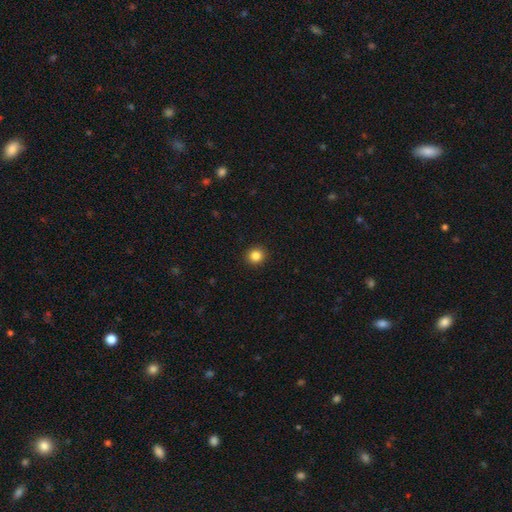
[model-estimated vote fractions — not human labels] A smooth galaxy with no disk features (84%) that is round (91%).

Vote fractions:
- Smooth or featured? smooth: 84% / star or artifact: 11% / featured or disk: 4%
- How rounded? round: 91% / in between: 8% / cigar-shaped: 1%
- Merging? none: 93% / minor disturbance: 4% / major disturbance: 1% / merger: 1%